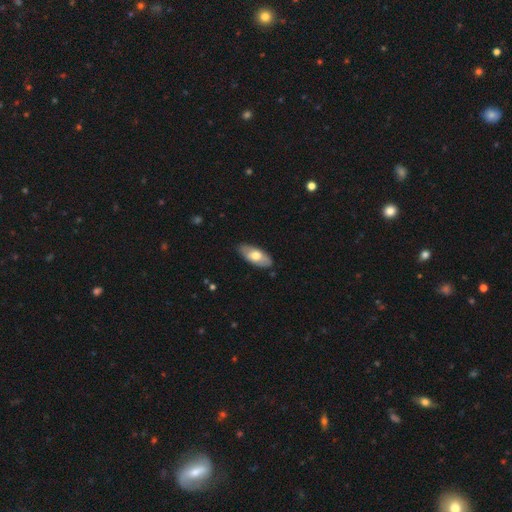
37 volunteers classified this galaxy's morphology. type=smooth (59%); roundness=in between (95%); merging=none (81%).